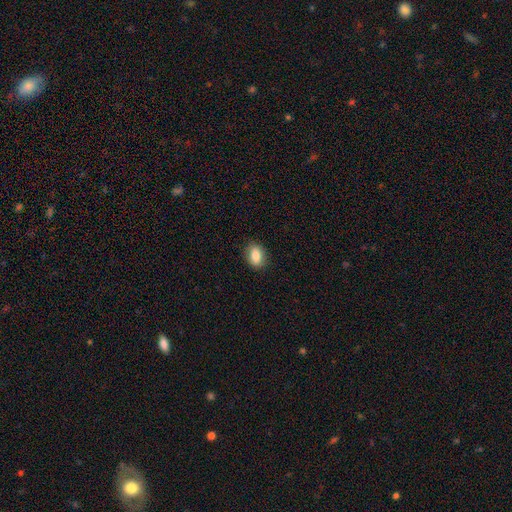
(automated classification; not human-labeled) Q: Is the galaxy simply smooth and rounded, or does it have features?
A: smooth — 83%.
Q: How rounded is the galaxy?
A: in between — 76%.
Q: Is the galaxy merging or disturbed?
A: none — 86%.